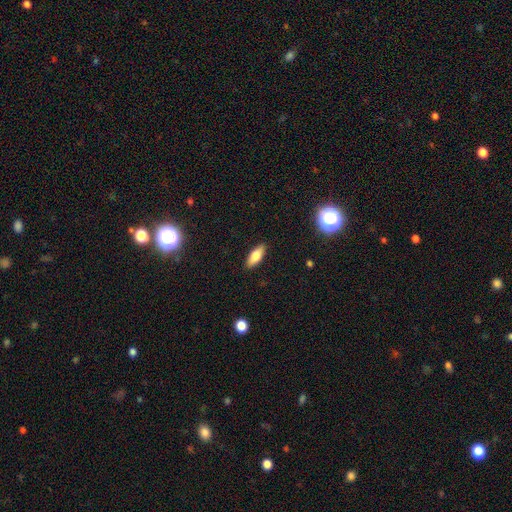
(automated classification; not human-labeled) This is likely a smooth galaxy (72%). How rounded: likely in between (72%). Merging: clearly none (89%).